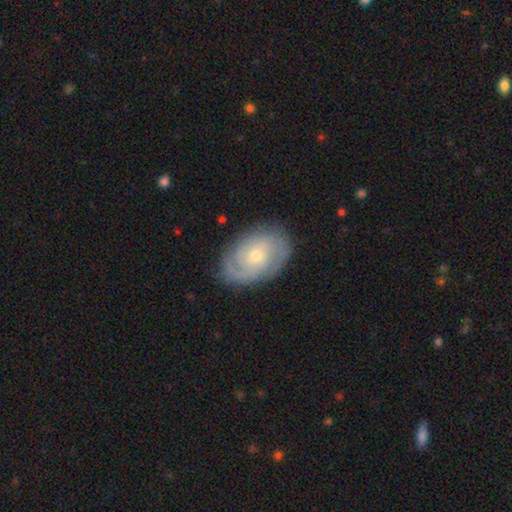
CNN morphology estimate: smooth-or-featured: featured or disk: 79% | smooth: 15% | star or artifact: 6%
  disk-edge-on: no: 96% | yes: 4%
    bar: no: 72% | weak: 24% | strong: 4%
    has-spiral-arms: yes: 93% | no: 7%
      spiral-winding: tight: 62% | medium: 30% | loose: 8%
      spiral-arm-count: 2: 43% | can't tell: 27% | 3: 16% | 1: 5% | 4: 5% | more than 4: 4%
    bulge-size: small: 62% | moderate: 35% | large: 1% | none: 1% | dominant: 1%
  merging: none: 81% | minor disturbance: 14% | major disturbance: 4% | merger: 1%